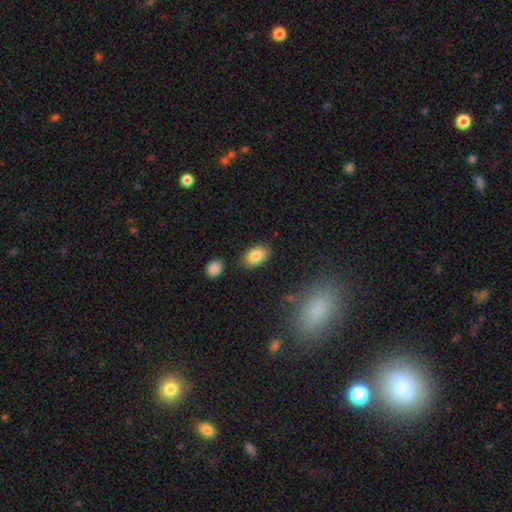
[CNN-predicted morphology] Q: Smooth or featured?
A: smooth (86%); runner-up: star or artifact (7%)
Q: How rounded?
A: in between (91%); runner-up: round (8%)
Q: Merging?
A: none (83%); runner-up: minor disturbance (11%)